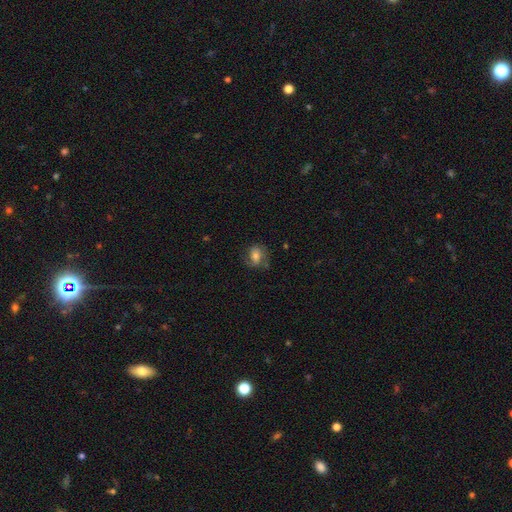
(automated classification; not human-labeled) This is possibly a smooth galaxy (55%). How rounded: possibly in between (52%). Merging: likely none (64%).